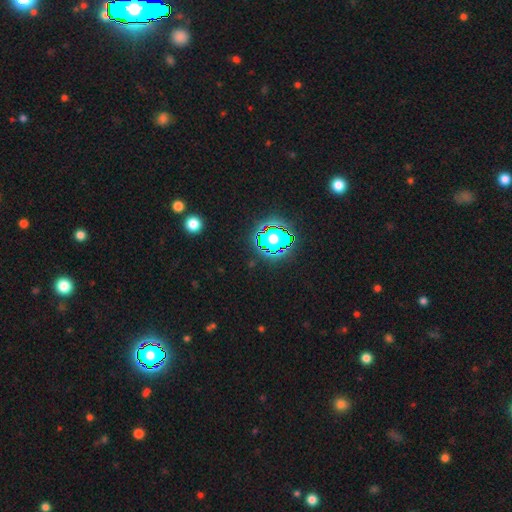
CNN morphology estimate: Smooth or featured? Predicted: star or artifact (p=0.80).